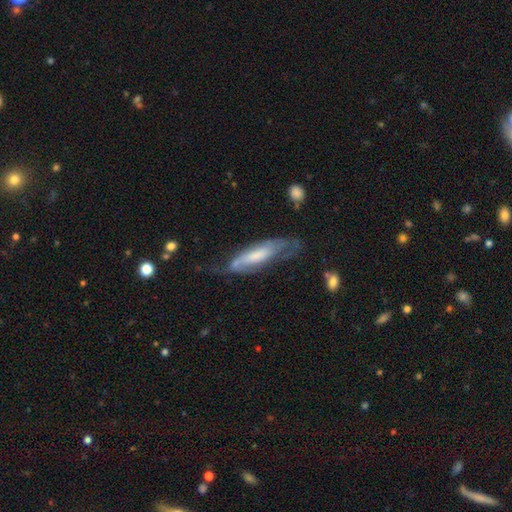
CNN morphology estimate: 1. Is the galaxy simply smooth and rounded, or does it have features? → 57% featured or disk, 36% smooth, 7% star or artifact.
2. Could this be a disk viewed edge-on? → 66% no, 34% yes.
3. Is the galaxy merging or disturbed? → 42% none, 30% minor disturbance, 25% major disturbance, 4% merger.